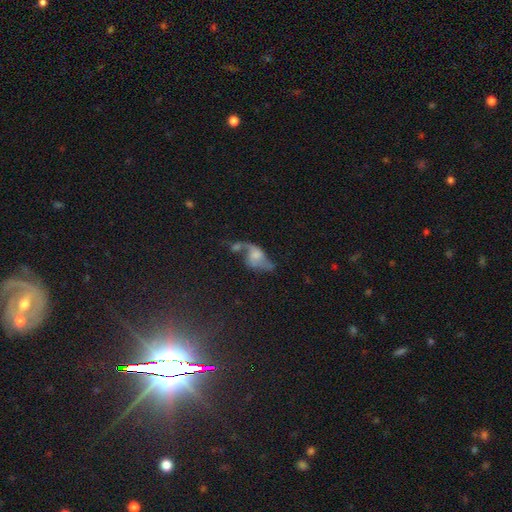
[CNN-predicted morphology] type=featured or disk (60%); edge-on=no (92%); bar=no (67%); spiral arms=yes (74%); bulge=moderate (32%); merging=merger (32%).